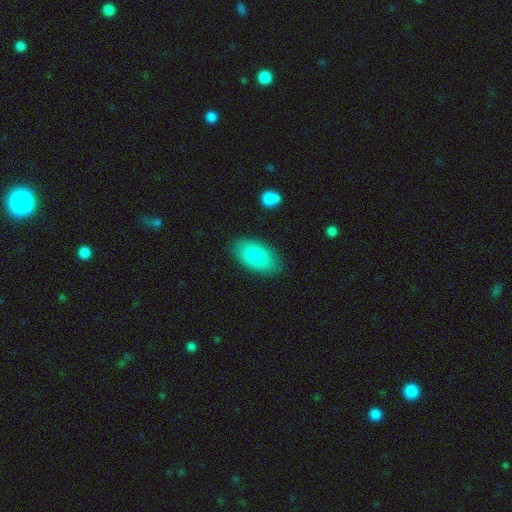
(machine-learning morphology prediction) Smooth or featured: smooth — 84% (featured or disk — 10%)
How rounded: in between — 94% (round — 4%)
Merging: none — 84% (minor disturbance — 12%)